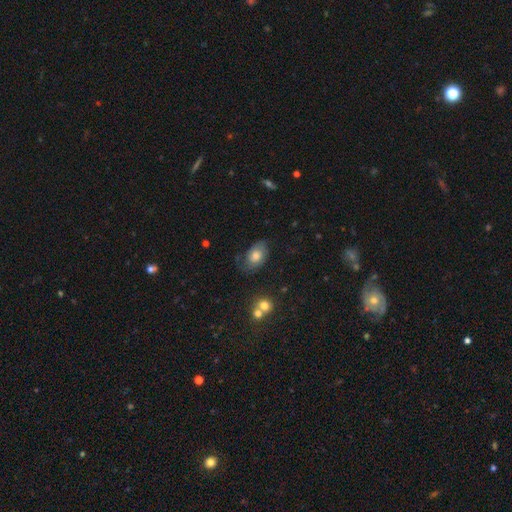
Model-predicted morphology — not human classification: smooth_or_featured: smooth (p=0.59) [alt: featured or disk p=0.32]
how_rounded: in between (p=0.86) [alt: round p=0.12]
merging: none (p=0.59) [alt: minor disturbance p=0.27]